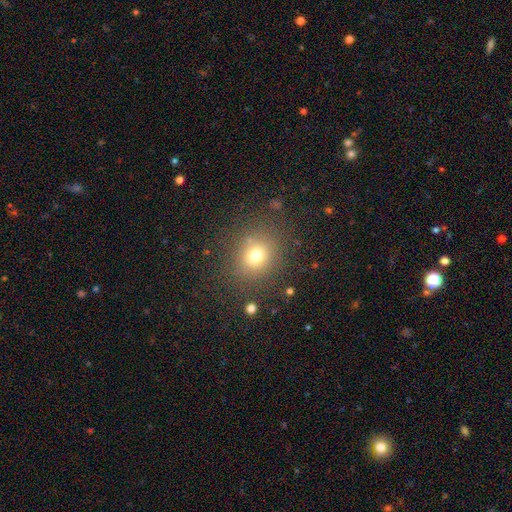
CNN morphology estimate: smooth-or-featured: smooth: 72% | star or artifact: 18% | featured or disk: 11%
  how-rounded: round: 76% | in between: 23% | cigar-shaped: 1%
  merging: none: 81% | minor disturbance: 11% | major disturbance: 6% | merger: 3%